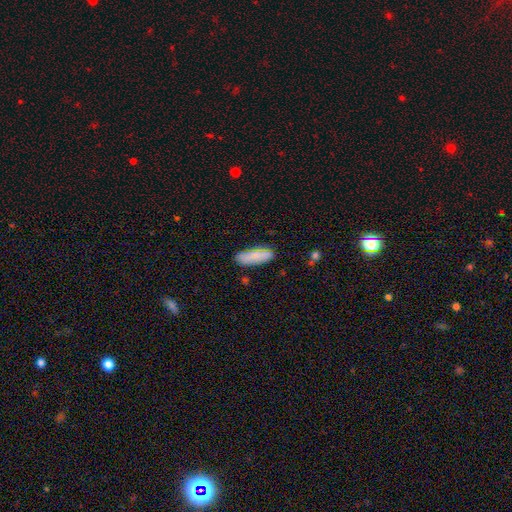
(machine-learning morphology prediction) A smooth galaxy with no disk features (83%) that is in between round and cigar-shaped (57%). Merging: none (80%).